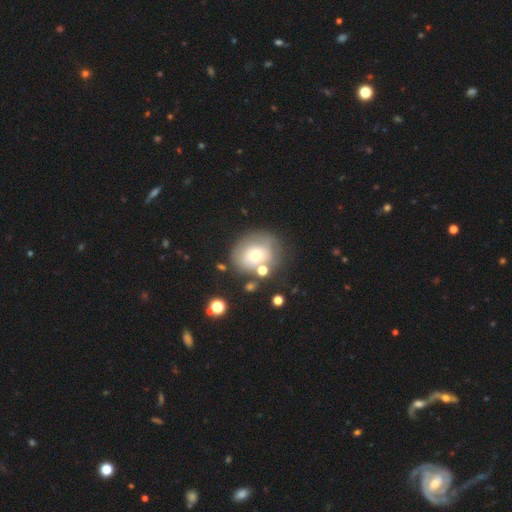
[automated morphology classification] Overall: smooth (54%; featured or disk 35%). How rounded: round (72%). Merging: none (64%).